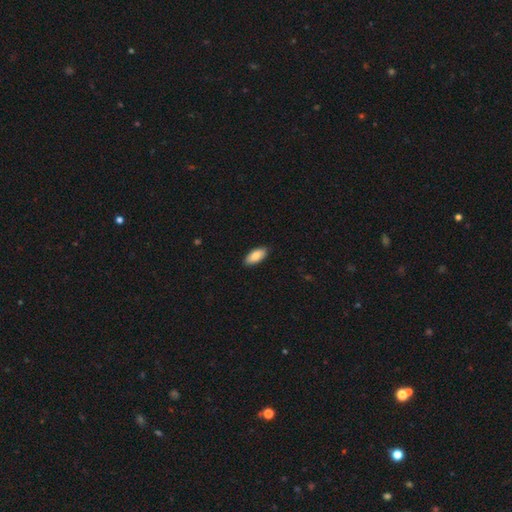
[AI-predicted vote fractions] smooth-or-featured: smooth: 87% | featured or disk: 7% | star or artifact: 6%
  how-rounded: in between: 88% | cigar-shaped: 10% | round: 2%
  merging: none: 89% | minor disturbance: 9% | major disturbance: 2% | merger: 1%